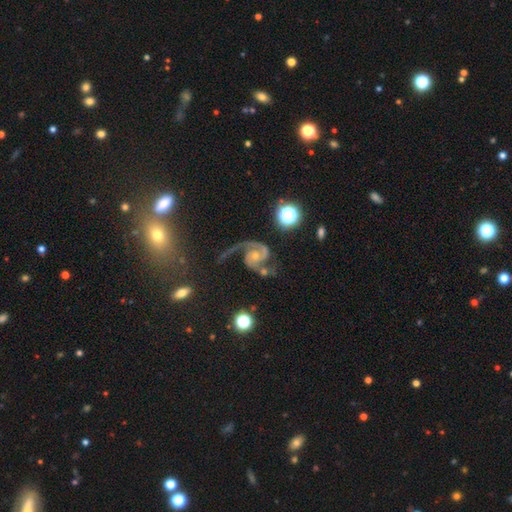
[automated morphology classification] The model was most divided on "bulge size": small: 50%, moderate: 42%, none: 3%, large: 3%, dominant: 1%. Remaining: edge-on disk — no (98%); spiral arms — yes (98%); smooth or featured — featured or disk (90%); spiral arm count — 2 (85%); bar — no (70%); spiral winding — medium (53%); merging — none (48%).